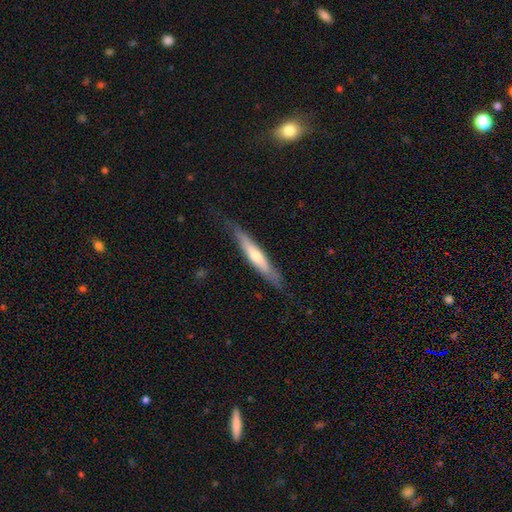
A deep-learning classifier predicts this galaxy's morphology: This appears to be a featured or disk galaxy (50%). Merging: none (78%).